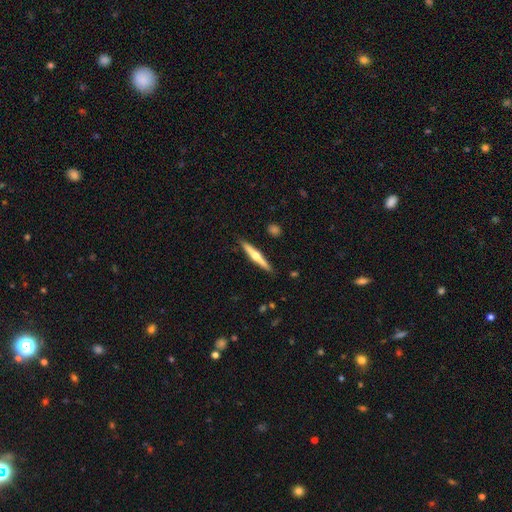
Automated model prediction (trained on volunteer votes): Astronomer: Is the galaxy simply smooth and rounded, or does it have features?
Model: featured or disk — 63%.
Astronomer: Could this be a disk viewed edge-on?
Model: yes — 97%.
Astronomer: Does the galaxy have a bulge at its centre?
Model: rounded — 91%.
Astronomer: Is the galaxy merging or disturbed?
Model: none — 90%.